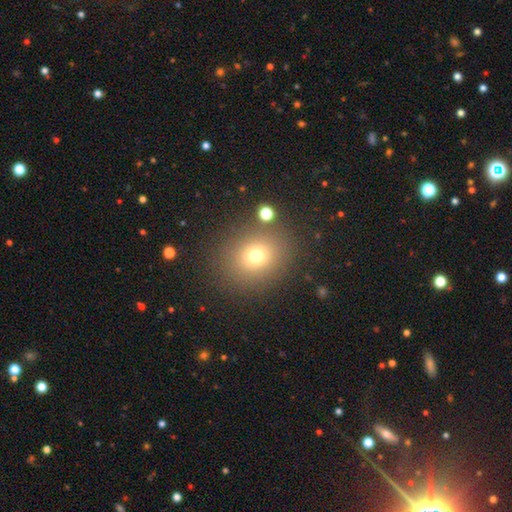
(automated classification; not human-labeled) smooth 72%, star or artifact 17%, featured or disk 11%. Down the decision tree: how rounded — round (72%); merging — none (84%).